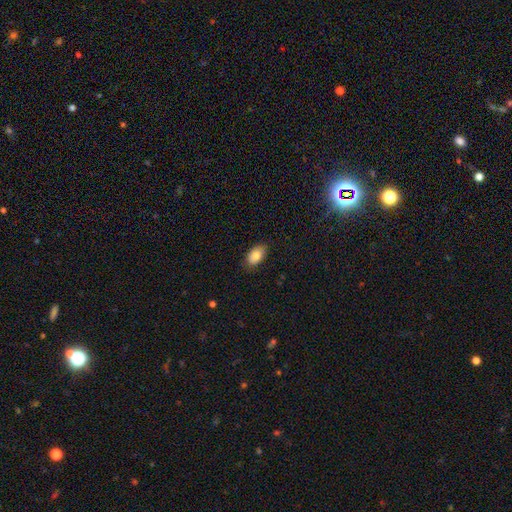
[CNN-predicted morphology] Smooth or featured?
  - smooth: 85% *
  - featured or disk: 8%
  - star or artifact: 7%
How rounded?
  - in between: 92% *
  - round: 6%
  - cigar-shaped: 2%
Merging?
  - none: 84% *
  - minor disturbance: 13%
  - major disturbance: 2%
  - merger: 1%